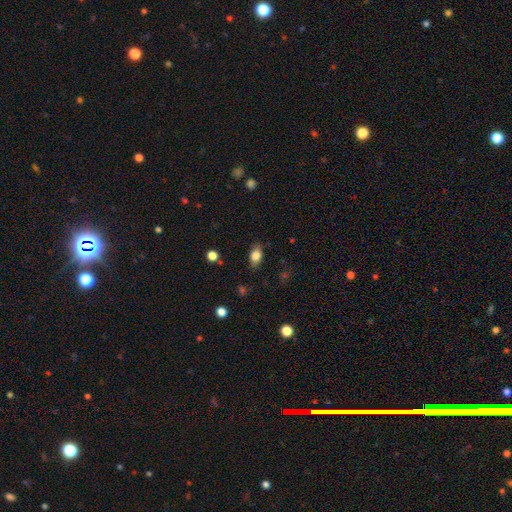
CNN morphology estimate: Smooth or featured?
  - smooth: 82% *
  - featured or disk: 10%
  - star or artifact: 9%
How rounded?
  - in between: 85% *
  - round: 12%
  - cigar-shaped: 4%
Merging?
  - none: 81% *
  - minor disturbance: 15%
  - major disturbance: 3%
  - merger: 1%